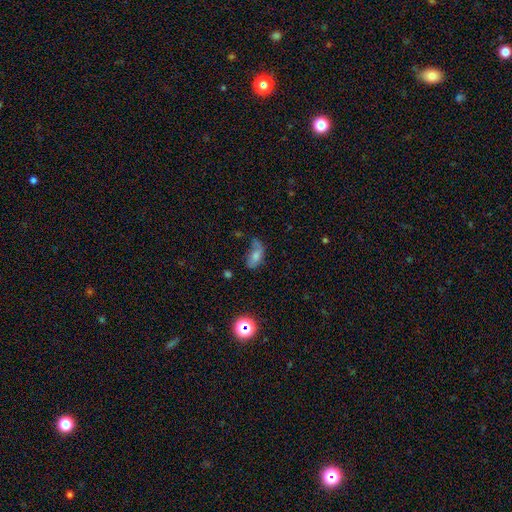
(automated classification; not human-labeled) Morphology: type=smooth (62%); roundness=in between (88%); merging=none (41%).